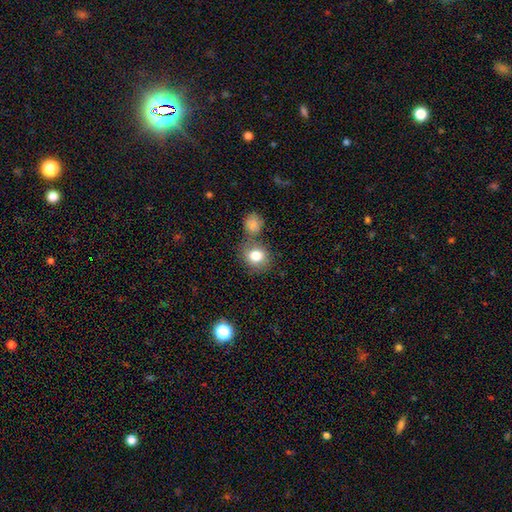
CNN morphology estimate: Overall: smooth (80%). How rounded: round (72%). Merging: none (61%; merger 22%).